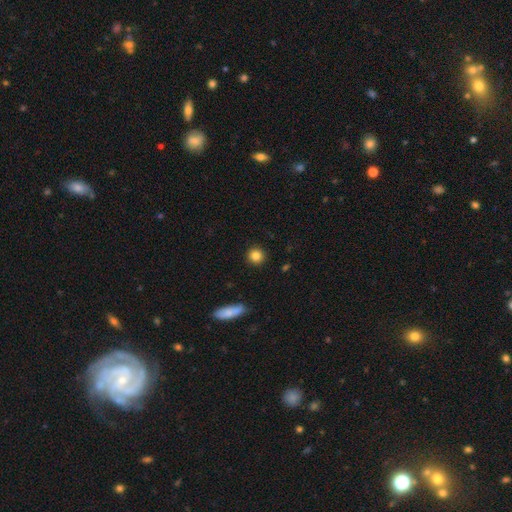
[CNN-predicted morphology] Smooth or featured: smooth — 85% (star or artifact — 10%)
How rounded: round — 93% (in between — 6%)
Merging: none — 92% (minor disturbance — 6%)